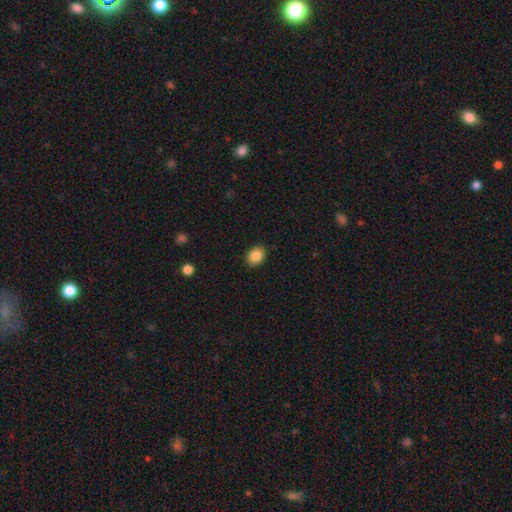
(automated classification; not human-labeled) smooth_or_featured: smooth (p=0.86) [alt: star or artifact p=0.08]
how_rounded: in between (p=0.64) [alt: round p=0.35]
merging: none (p=0.89) [alt: minor disturbance p=0.08]